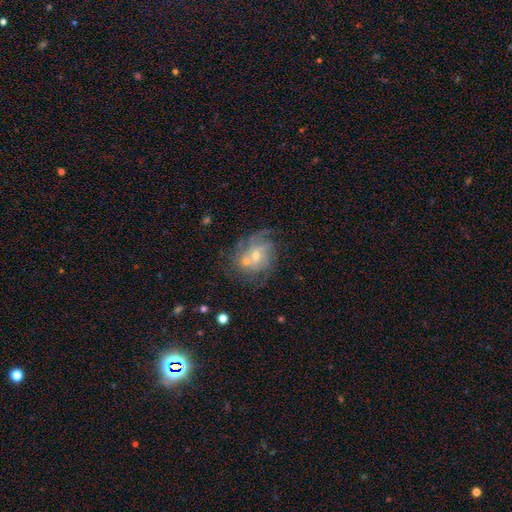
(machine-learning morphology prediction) Smooth or featured? featured or disk (68%)
Edge-on disk? no (97%)
Bar? no (68%)
Spiral arms? yes (82%)
Spiral winding? tight (48%)
Spiral arm count? can't tell (43%)
Bulge size? small (60%)
Merging? none (50%)